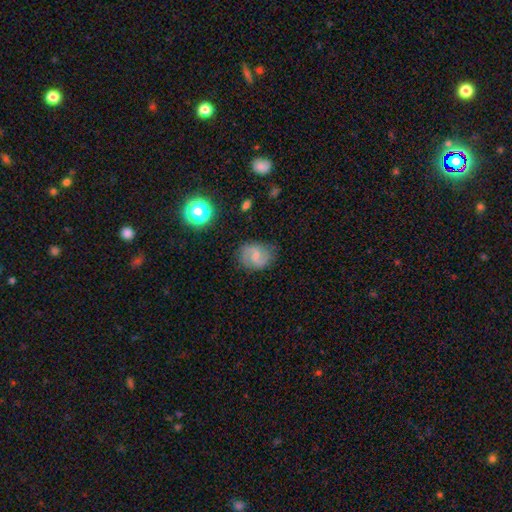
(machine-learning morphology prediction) Smooth or featured? Predicted: featured or disk (p=0.68). Edge-on disk? Predicted: no (p=0.98). Bar? Predicted: weak (p=0.57). Spiral arms? Predicted: yes (p=0.93). Spiral winding? Predicted: medium (p=0.50). Spiral arm count? Predicted: 2 (p=0.89). Bulge size? Predicted: small (p=0.48). Merging? Predicted: none (p=0.78).